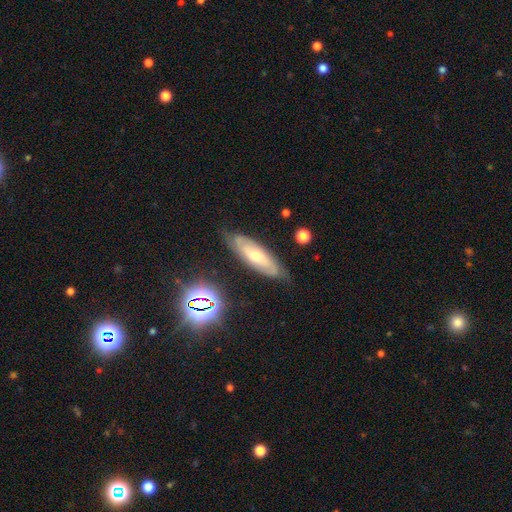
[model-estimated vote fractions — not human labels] This is likely a featured or disk galaxy (61%). It is likely not viewed edge-on (74%). Merging: likely none (74%).